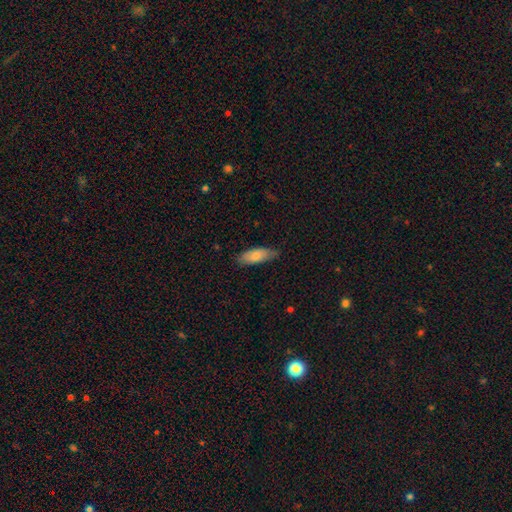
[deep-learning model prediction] Overall: smooth (78%). How rounded: in between (71%). Merging: none (78%).